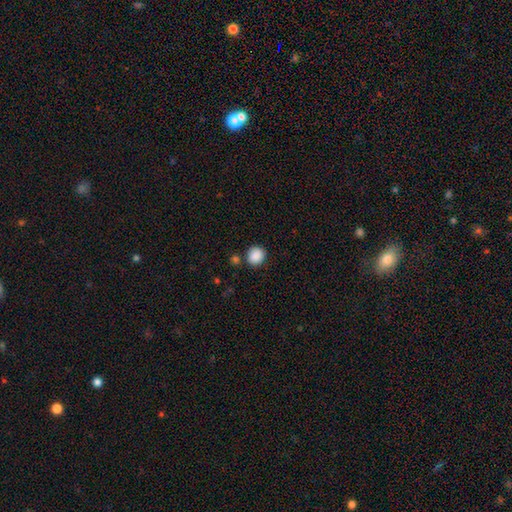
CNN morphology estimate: smooth-or-featured: smooth: 89% | star or artifact: 8% | featured or disk: 3%
  how-rounded: round: 79% | in between: 20% | cigar-shaped: 1%
  merging: none: 79% | minor disturbance: 10% | merger: 7% | major disturbance: 3%